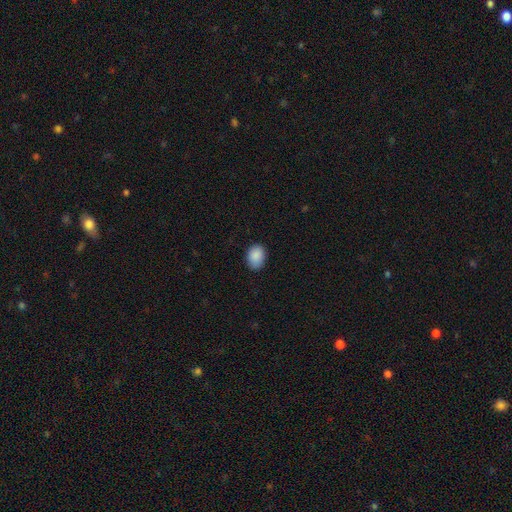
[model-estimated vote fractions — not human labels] Q: Smooth or featured?
A: smooth (90%); runner-up: star or artifact (7%)
Q: How rounded?
A: in between (77%); runner-up: round (22%)
Q: Merging?
A: none (84%); runner-up: minor disturbance (13%)